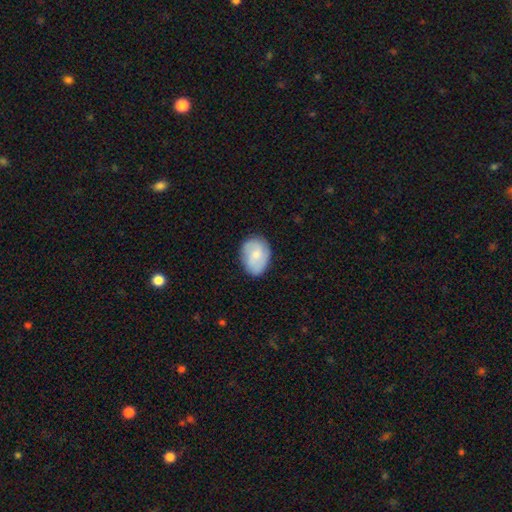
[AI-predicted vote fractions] Overall: smooth (63%; featured or disk 30%). How rounded: in between (68%; round 31%). Merging: none (77%).